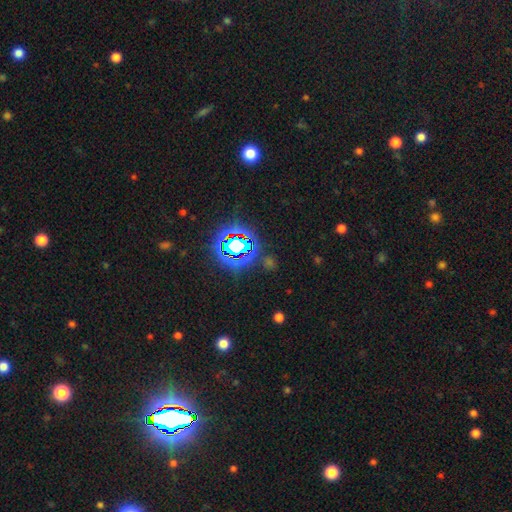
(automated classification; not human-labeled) The model was most divided on "smooth or featured": star or artifact: 82%, smooth: 11%, featured or disk: 7%.